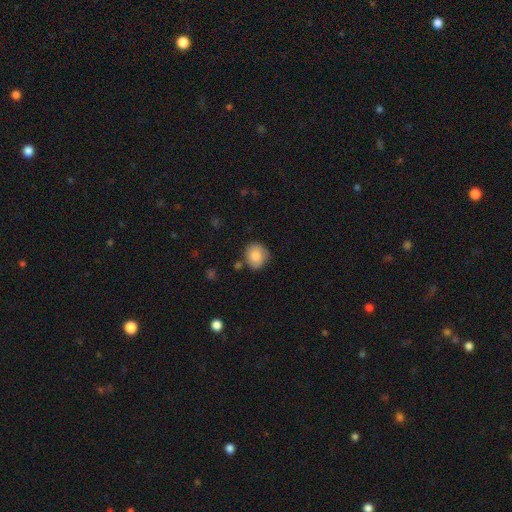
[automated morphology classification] A smooth galaxy with no disk features (80%) that is round (77%). Merging: none (73%).